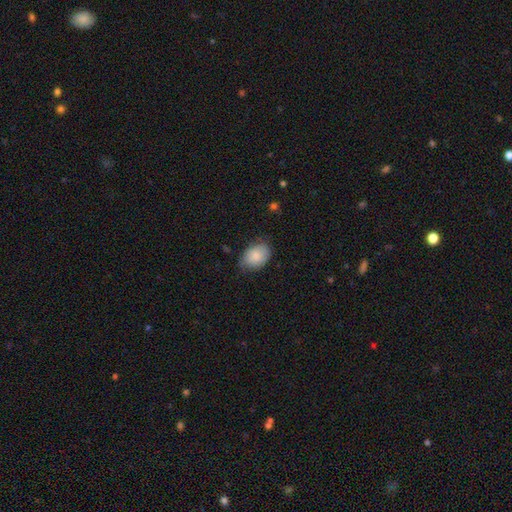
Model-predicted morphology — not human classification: type=smooth (85%); roundness=in between (80%); merging=none (68%).